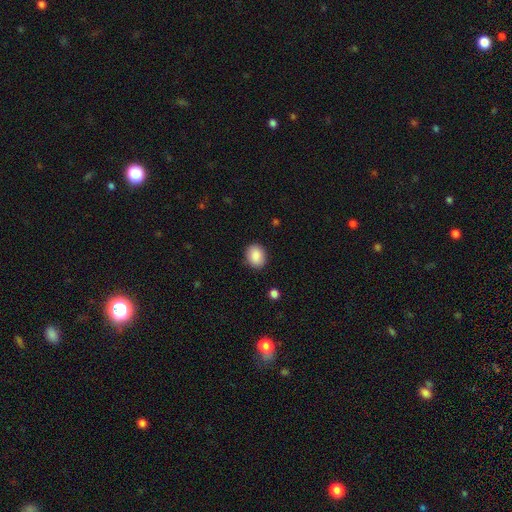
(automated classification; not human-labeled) Smooth or featured?
  - smooth: 88% *
  - star or artifact: 8%
  - featured or disk: 4%
How rounded?
  - round: 50% *
  - in between: 49%
  - cigar-shaped: 1%
Merging?
  - none: 87% *
  - minor disturbance: 9%
  - major disturbance: 2%
  - merger: 1%